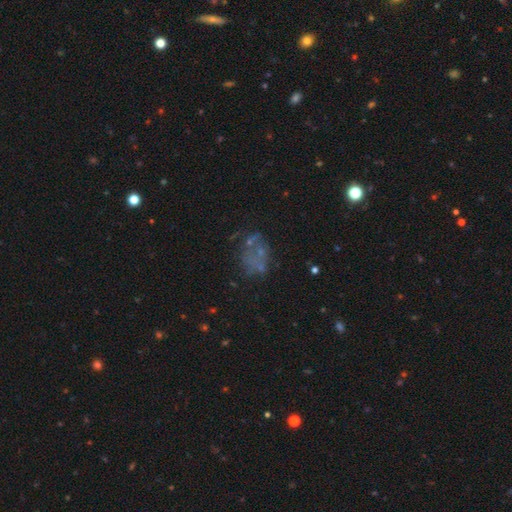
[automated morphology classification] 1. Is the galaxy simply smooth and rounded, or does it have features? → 39% featured or disk, 34% smooth, 27% star or artifact.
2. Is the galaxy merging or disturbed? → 50% none, 20% major disturbance, 18% minor disturbance, 12% merger.